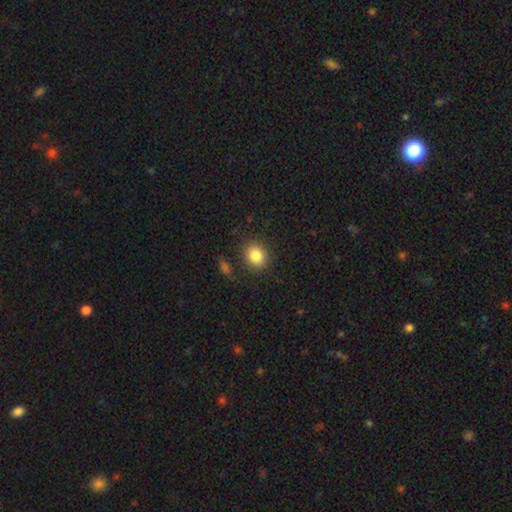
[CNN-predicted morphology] Smooth or featured?
  - smooth: 84% *
  - star or artifact: 10%
  - featured or disk: 6%
How rounded?
  - round: 65% *
  - in between: 34%
  - cigar-shaped: 1%
Merging?
  - none: 85% *
  - minor disturbance: 10%
  - major disturbance: 3%
  - merger: 2%